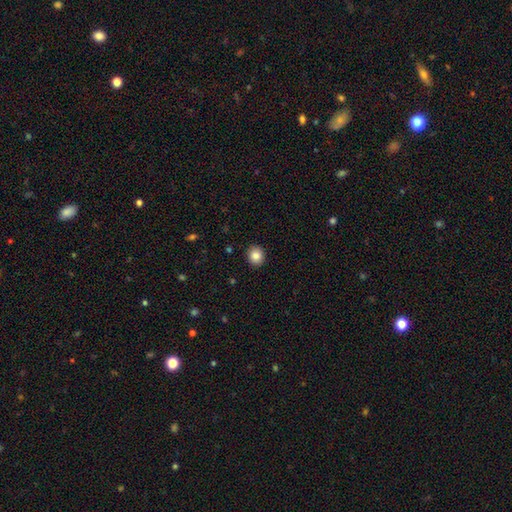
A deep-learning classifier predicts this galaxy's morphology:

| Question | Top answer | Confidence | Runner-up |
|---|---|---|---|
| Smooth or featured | smooth | 85% | star or artifact (9%) |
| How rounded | round | 78% | in between (21%) |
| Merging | none | 91% | minor disturbance (6%) |